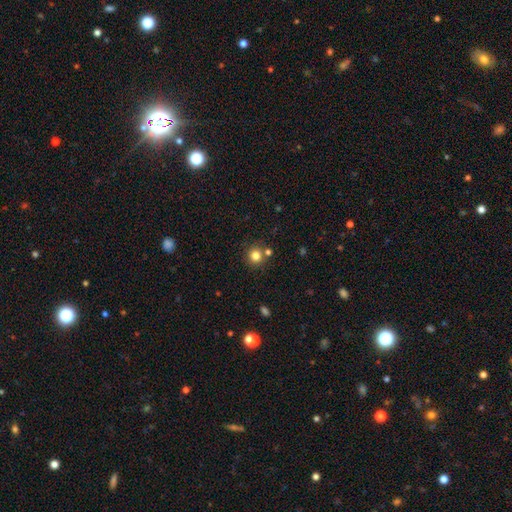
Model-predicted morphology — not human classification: Q: Smooth or featured?
A: smooth (81%); runner-up: star or artifact (12%)
Q: How rounded?
A: round (91%); runner-up: in between (8%)
Q: Merging?
A: none (76%); runner-up: merger (12%)